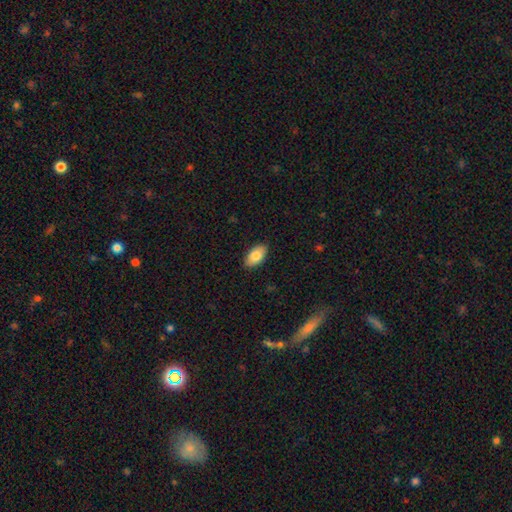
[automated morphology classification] Q: Smooth or featured?
A: smooth (82%); runner-up: featured or disk (12%)
Q: How rounded?
A: in between (94%); runner-up: round (3%)
Q: Merging?
A: none (89%); runner-up: minor disturbance (9%)